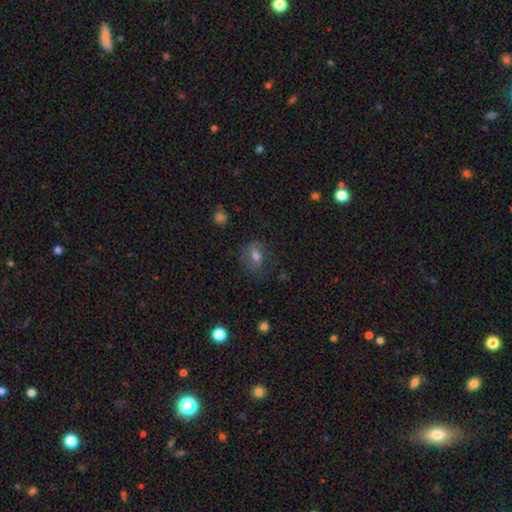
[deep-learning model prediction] The model was most divided on "how rounded": in between: 56%, round: 42%, cigar-shaped: 2%. More confident: merging — none (65%); smooth or featured — smooth (58%).